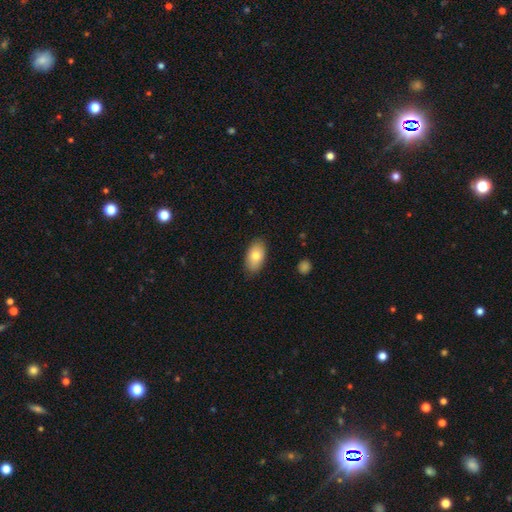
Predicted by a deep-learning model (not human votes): smooth_or_featured: smooth (p=0.79) [alt: featured or disk p=0.14]
how_rounded: in between (p=0.93) [alt: round p=0.05]
merging: none (p=0.84) [alt: minor disturbance p=0.12]